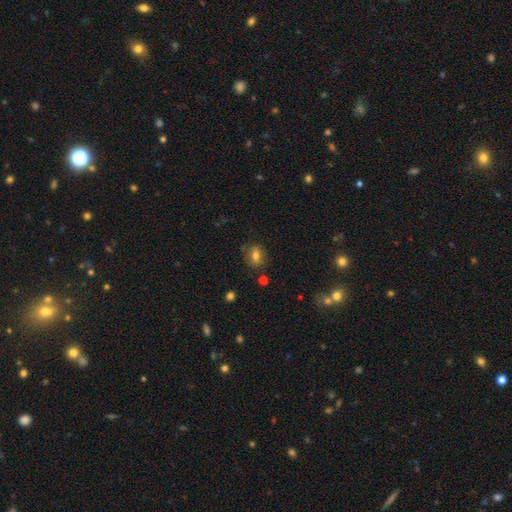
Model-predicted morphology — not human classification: Smooth or featured?
  - smooth: 69% *
  - featured or disk: 19%
  - star or artifact: 12%
How rounded?
  - in between: 59% *
  - round: 38%
  - cigar-shaped: 3%
Merging?
  - none: 75% *
  - minor disturbance: 17%
  - major disturbance: 5%
  - merger: 3%